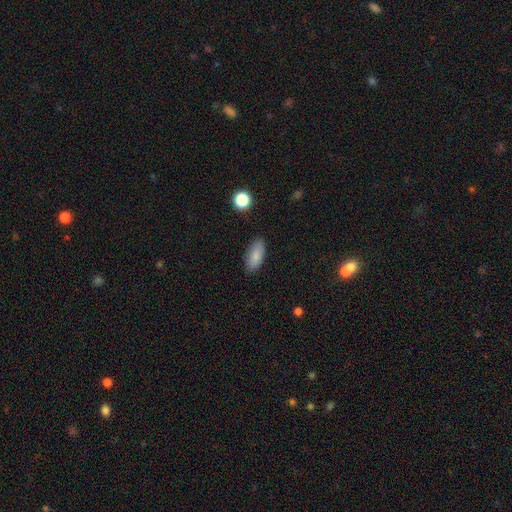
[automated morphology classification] This appears to be a smooth galaxy with no disk features (85%) that is in between round and cigar-shaped (86%). Merging: none (86%).